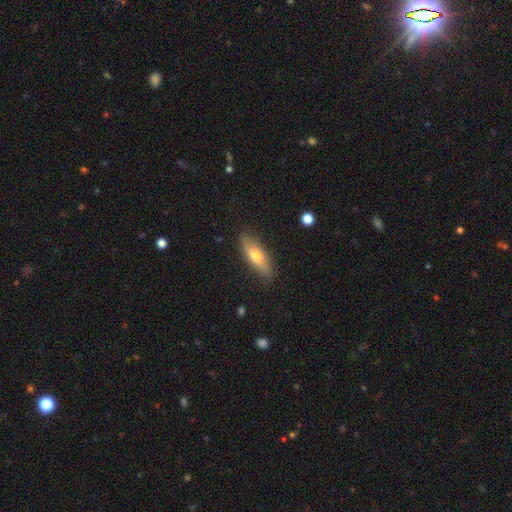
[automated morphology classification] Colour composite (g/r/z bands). It shows a smooth galaxy with no disk features (57%) that is cigar-shaped (49%). Merging: none (84%).